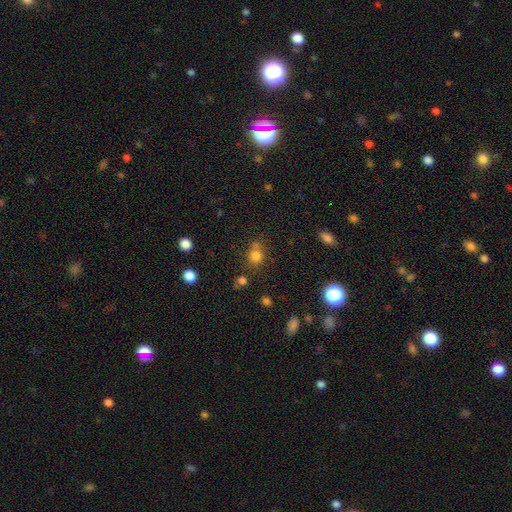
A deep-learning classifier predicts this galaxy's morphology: Smooth or featured? Predicted: smooth (p=0.78). How rounded? Predicted: round (p=0.71). Merging? Predicted: none (p=0.60).